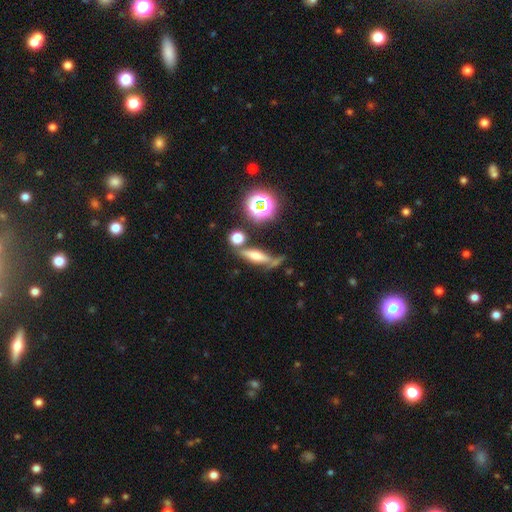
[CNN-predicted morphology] type=smooth (49%); merging=none (58%).